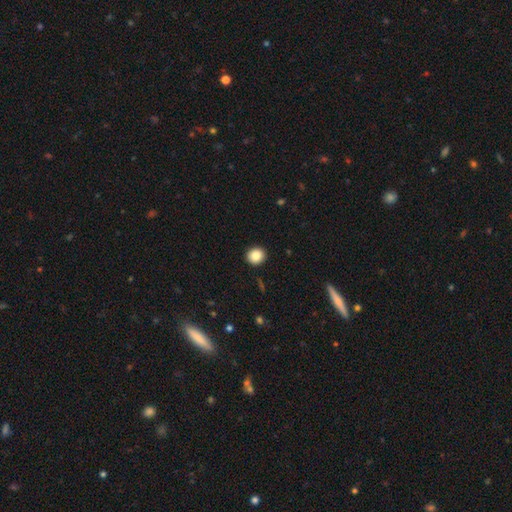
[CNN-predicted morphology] A smooth galaxy with no disk features (86%) that is round (88%).

Vote fractions:
- Smooth or featured? smooth: 86% / star or artifact: 9% / featured or disk: 5%
- How rounded? round: 88% / in between: 12% / cigar-shaped: 1%
- Merging? none: 93% / minor disturbance: 5% / major disturbance: 2% / merger: 1%